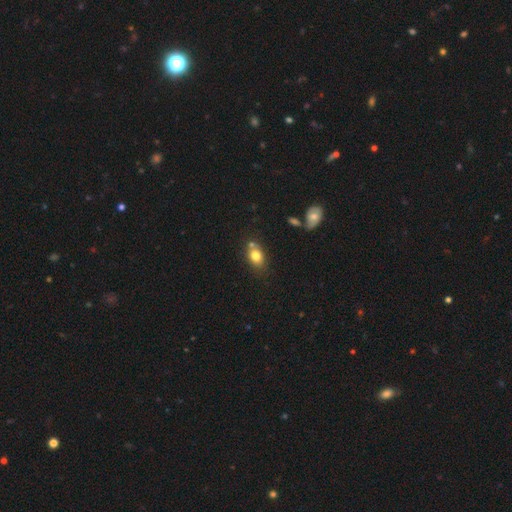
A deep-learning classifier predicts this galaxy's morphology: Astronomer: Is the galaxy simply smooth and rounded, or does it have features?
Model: smooth — 78%.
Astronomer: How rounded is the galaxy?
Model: in between — 73%.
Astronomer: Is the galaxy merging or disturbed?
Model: none — 59%.